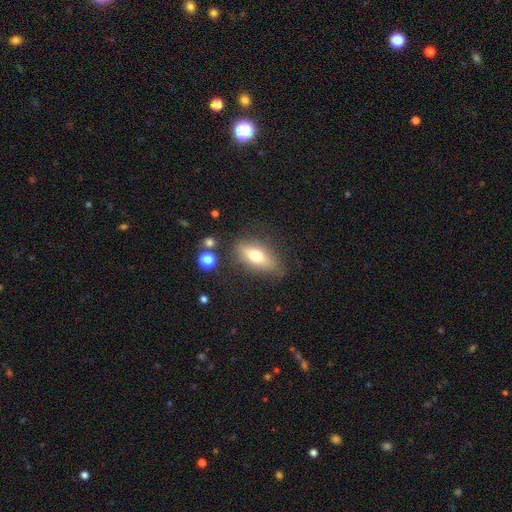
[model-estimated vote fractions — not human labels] Smooth or featured: smooth — 66% (featured or disk — 26%)
How rounded: in between — 78% (cigar-shaped — 15%)
Merging: none — 77% (minor disturbance — 16%)